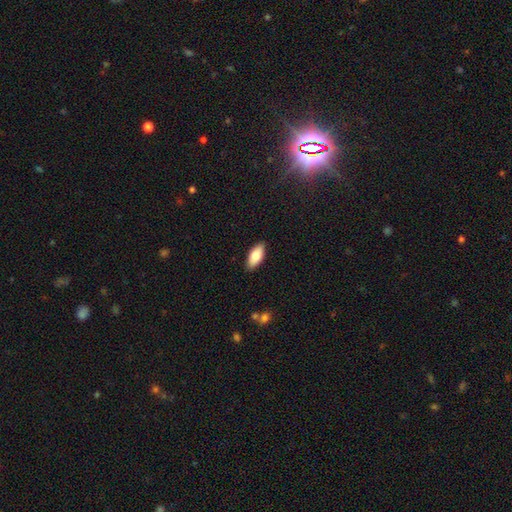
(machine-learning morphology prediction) A smooth galaxy with no disk features (78%) that is in between round and cigar-shaped (86%).

Vote fractions:
- Smooth or featured? smooth: 78% / featured or disk: 15% / star or artifact: 6%
- How rounded? in between: 86% / cigar-shaped: 11% / round: 2%
- Merging? none: 89% / minor disturbance: 9% / major disturbance: 2% / merger: 1%